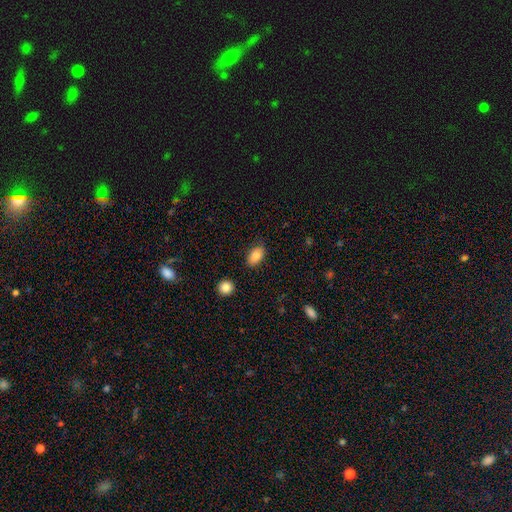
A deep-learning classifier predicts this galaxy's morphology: smooth_or_featured: smooth (p=0.86) [alt: star or artifact p=0.08]
how_rounded: in between (p=0.91) [alt: round p=0.07]
merging: none (p=0.83) [alt: minor disturbance p=0.12]